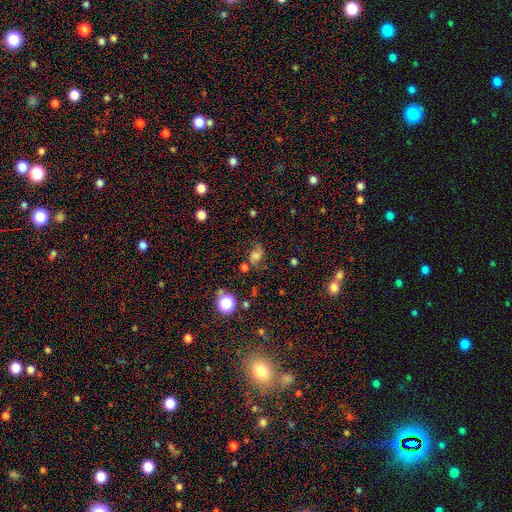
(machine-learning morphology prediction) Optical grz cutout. It shows a smooth galaxy with no disk features (49%). Merging: none (54%).